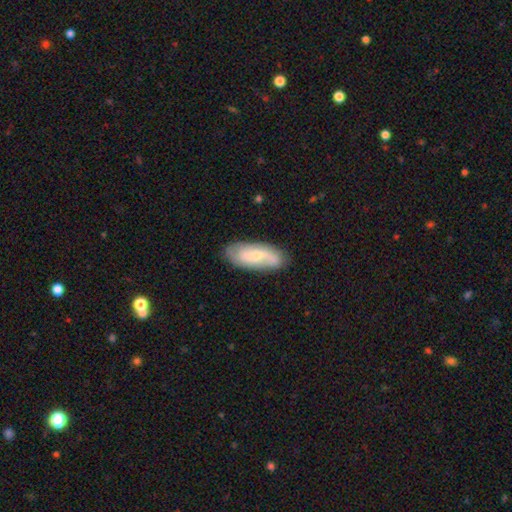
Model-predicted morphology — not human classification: type=featured or disk (55%); edge-on=no (90%); merging=none (79%).